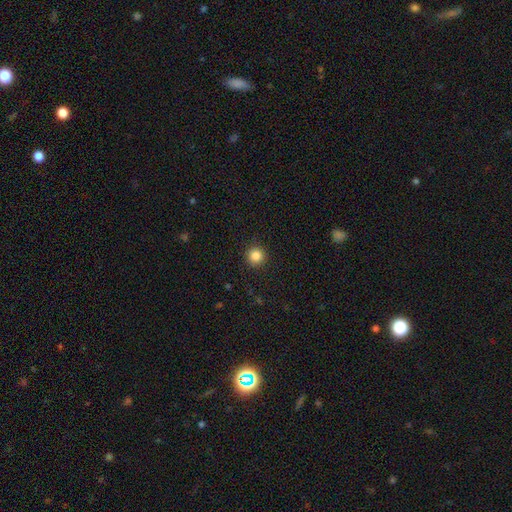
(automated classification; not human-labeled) This is clearly a smooth galaxy (85%). How rounded: clearly round (95%). Merging: clearly none (92%).